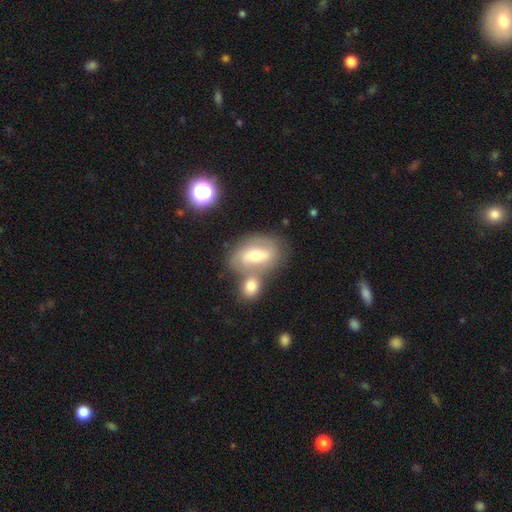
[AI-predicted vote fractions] A featured or disk galaxy (51%).

Vote fractions:
- Smooth or featured? featured or disk: 51% / smooth: 40% / star or artifact: 9%
- Edge-on disk? no: 90% / yes: 10%
- Merging? none: 46% / merger: 35% / minor disturbance: 13% / major disturbance: 6%